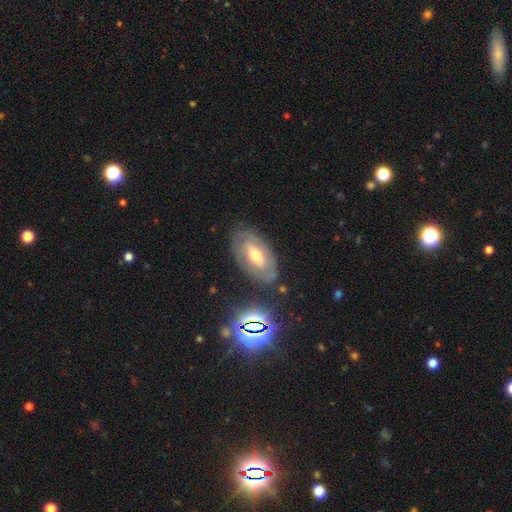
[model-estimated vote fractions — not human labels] Smooth or featured? Predicted: featured or disk (p=0.71). Edge-on disk? Predicted: no (p=0.92). Bar? Predicted: no (p=0.38). Spiral arms? Predicted: yes (p=0.69). Bulge size? Predicted: moderate (p=0.67). Merging? Predicted: none (p=0.78).